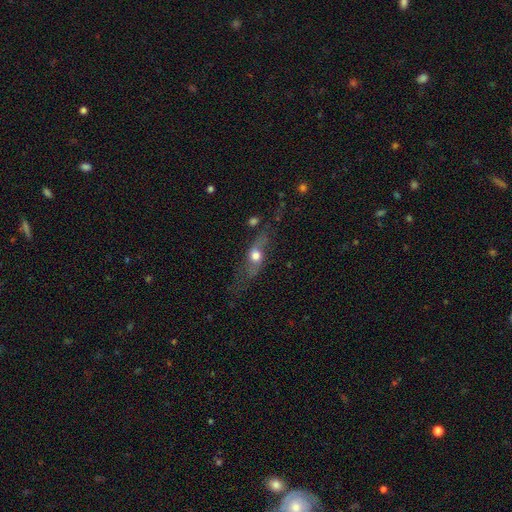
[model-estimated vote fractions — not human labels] Morphology: type=featured or disk (46%); merging=none (53%).